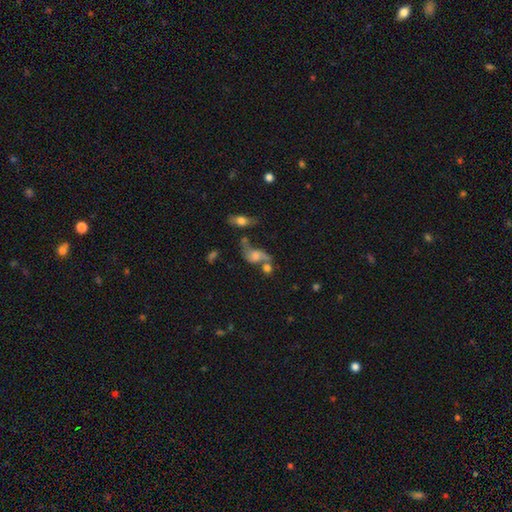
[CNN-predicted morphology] A featured or disk galaxy (51%).

Vote fractions:
- Smooth or featured? featured or disk: 51% / smooth: 35% / star or artifact: 14%
- Edge-on disk? no: 93% / yes: 7%
- Merging? merger: 39% / none: 28% / major disturbance: 18% / minor disturbance: 15%